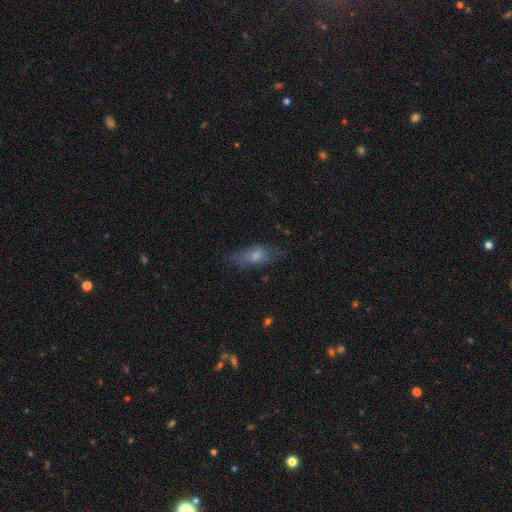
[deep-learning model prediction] A smooth galaxy with no disk features (56%) that is in between round and cigar-shaped (62%).

Vote fractions:
- Smooth or featured? smooth: 56% / featured or disk: 34% / star or artifact: 9%
- How rounded? in between: 62% / cigar-shaped: 35% / round: 4%
- Merging? none: 74% / minor disturbance: 19% / major disturbance: 5% / merger: 2%